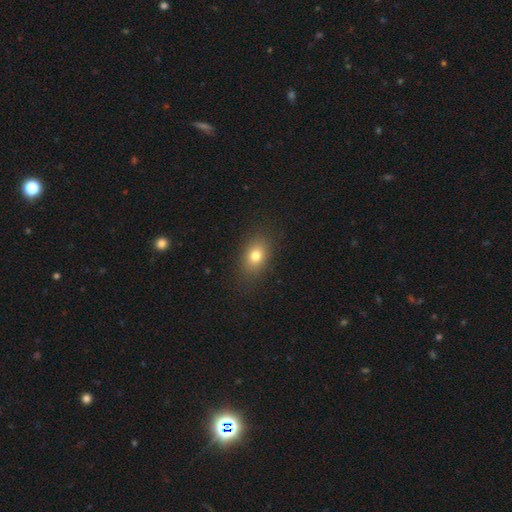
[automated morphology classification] A smooth galaxy with no disk features (76%) that is in between round and cigar-shaped (71%).

Vote fractions:
- Smooth or featured? smooth: 76% / star or artifact: 12% / featured or disk: 11%
- How rounded? in between: 71% / round: 27% / cigar-shaped: 2%
- Merging? none: 86% / minor disturbance: 10% / major disturbance: 4% / merger: 1%